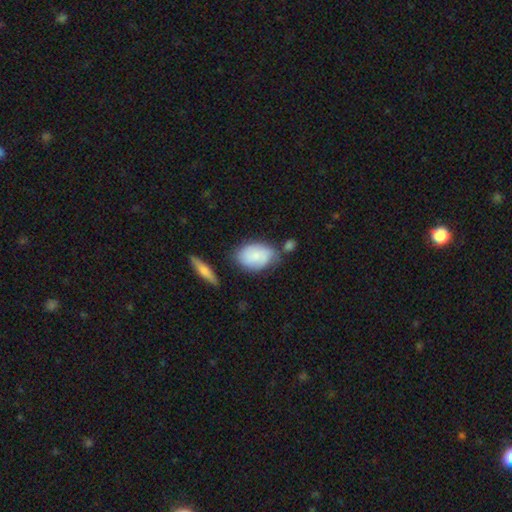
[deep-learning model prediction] Smooth or featured? smooth (72%)
How rounded? in between (83%)
Merging? none (53%)